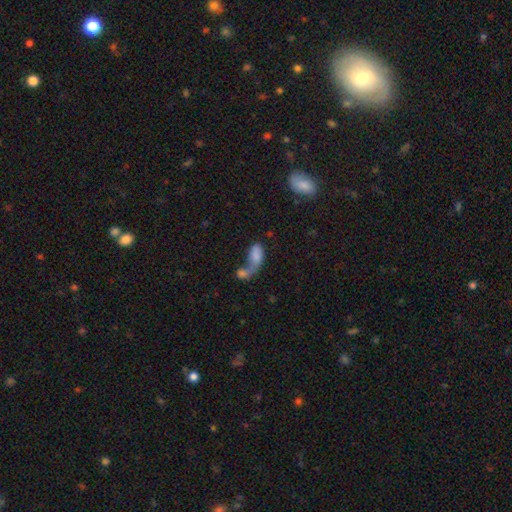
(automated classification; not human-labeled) A smooth galaxy with no disk features (70%) that is in between round and cigar-shaped (88%). Merging: merger (63%).